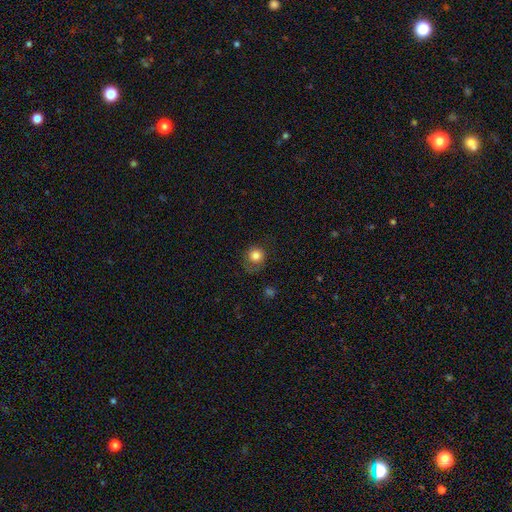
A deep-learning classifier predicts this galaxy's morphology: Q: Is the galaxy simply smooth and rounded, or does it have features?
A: smooth — 81%.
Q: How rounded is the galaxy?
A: round — 87%.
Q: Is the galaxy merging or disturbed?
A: none — 64%.